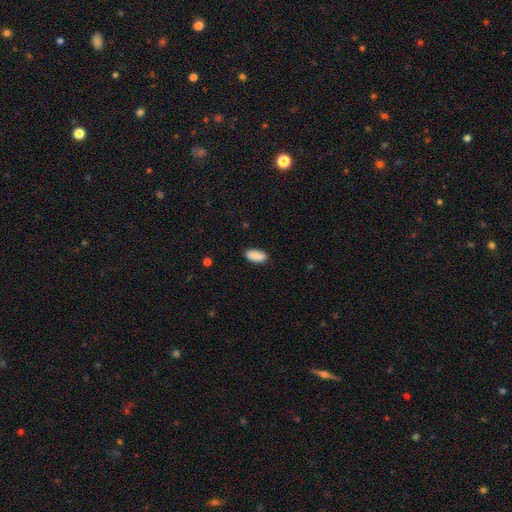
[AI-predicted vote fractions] smooth 90%, star or artifact 7%, featured or disk 3%. Down the decision tree: how rounded — in between (88%); merging — none (87%).